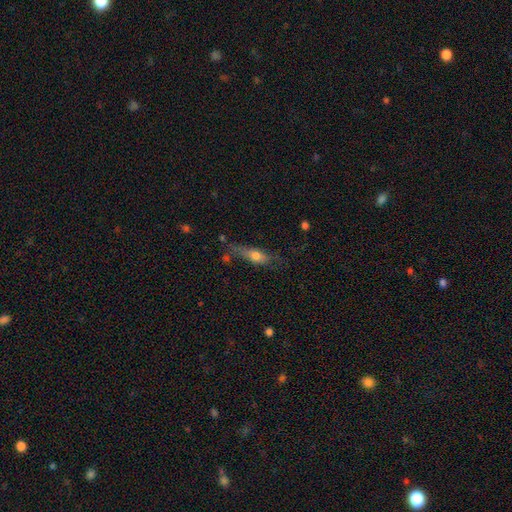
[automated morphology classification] A smooth galaxy with no disk features (63%) that is in between round and cigar-shaped (52%). Merging: none (50%).